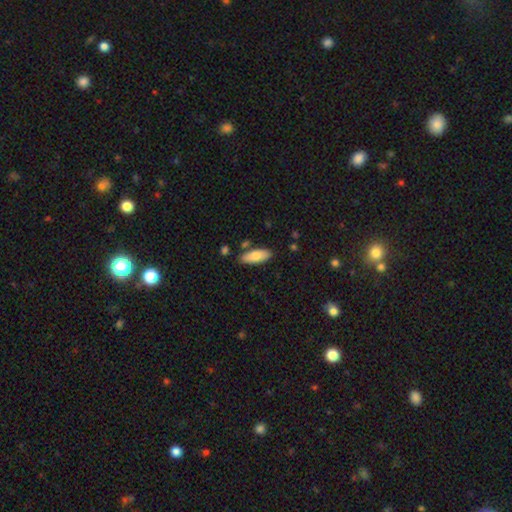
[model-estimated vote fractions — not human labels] This appears to be a smooth galaxy with no disk features (78%) that is in between round and cigar-shaped (76%). Merging: none (81%).